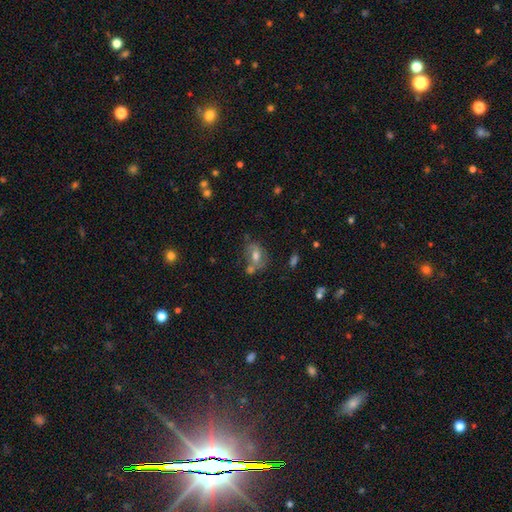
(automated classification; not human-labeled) Smooth or featured? smooth (55%)
How rounded? in between (72%)
Merging? none (44%)